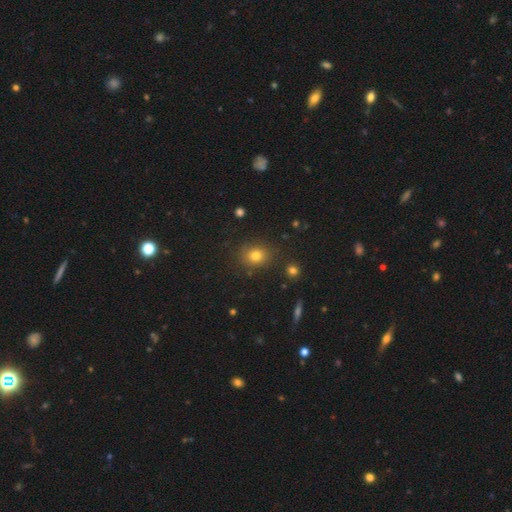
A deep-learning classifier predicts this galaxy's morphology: Overall: smooth (77%). How rounded: round (71%). Merging: none (84%).